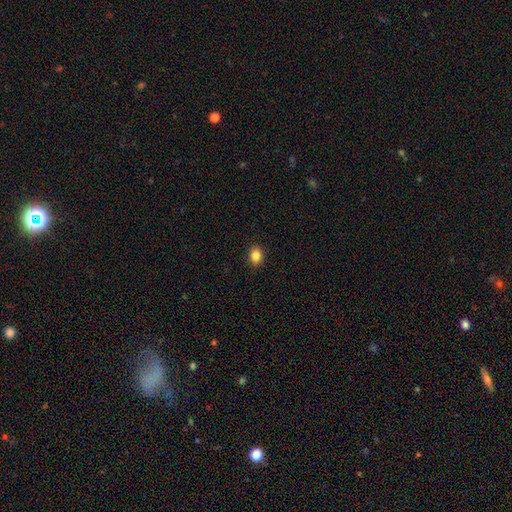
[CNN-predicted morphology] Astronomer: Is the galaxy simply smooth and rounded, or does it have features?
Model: smooth — 86%.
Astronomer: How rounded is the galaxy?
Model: in between — 67%.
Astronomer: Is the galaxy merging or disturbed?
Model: none — 90%.